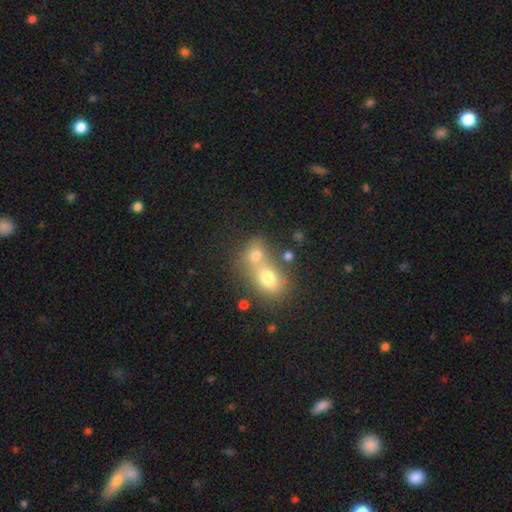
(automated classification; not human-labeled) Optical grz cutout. It shows a smooth galaxy with no disk features (72%) that is in between round and cigar-shaped (50%). Merging: merger (63%).